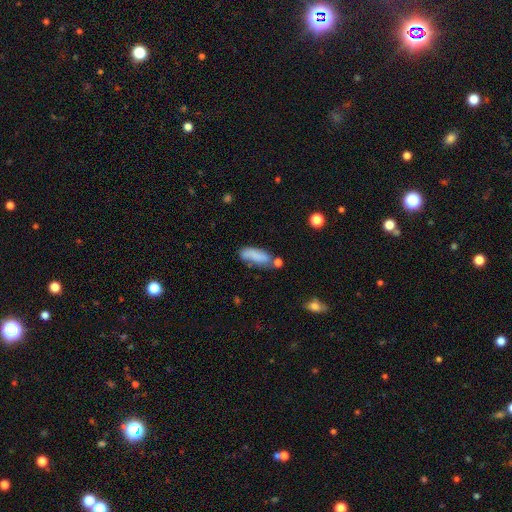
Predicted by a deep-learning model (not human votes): smooth_or_featured: smooth (p=0.76) [alt: featured or disk p=0.16]
how_rounded: in between (p=0.66) [alt: cigar-shaped p=0.31]
merging: none (p=0.51) [alt: minor disturbance p=0.24]